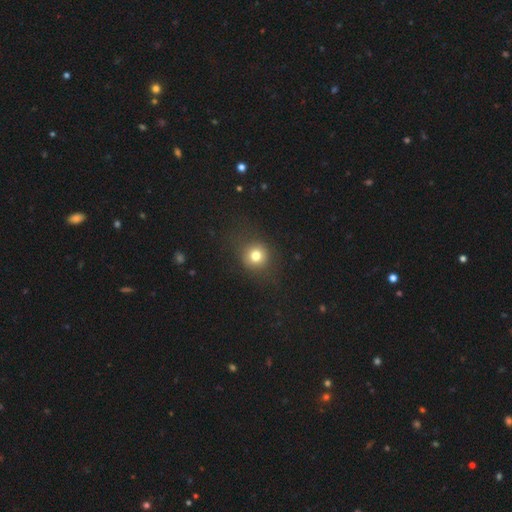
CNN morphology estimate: Smooth or featured: smooth — 77% (star or artifact — 14%)
How rounded: round — 88% (in between — 11%)
Merging: none — 81% (minor disturbance — 11%)